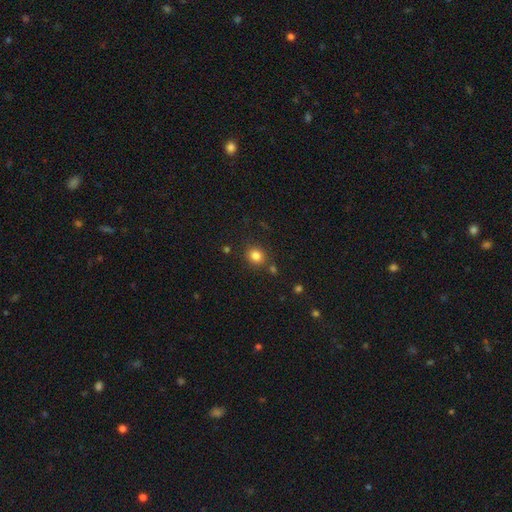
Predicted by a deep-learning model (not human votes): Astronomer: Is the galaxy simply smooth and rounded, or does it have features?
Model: smooth — 82%.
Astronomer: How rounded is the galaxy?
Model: round — 78%.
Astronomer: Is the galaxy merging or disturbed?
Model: none — 82%.